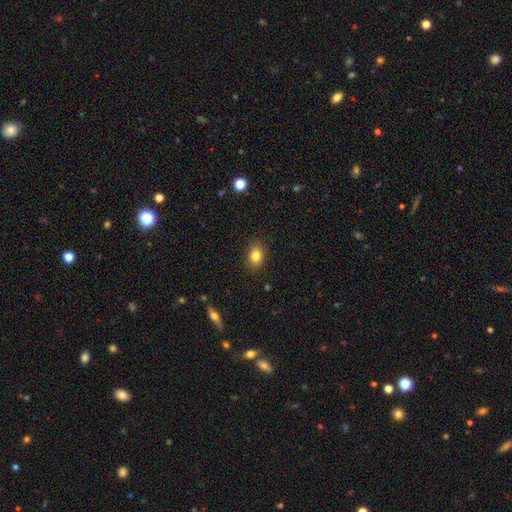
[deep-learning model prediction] Q: Smooth or featured?
A: smooth (82%); runner-up: star or artifact (10%)
Q: How rounded?
A: in between (70%); runner-up: round (29%)
Q: Merging?
A: none (87%); runner-up: minor disturbance (10%)